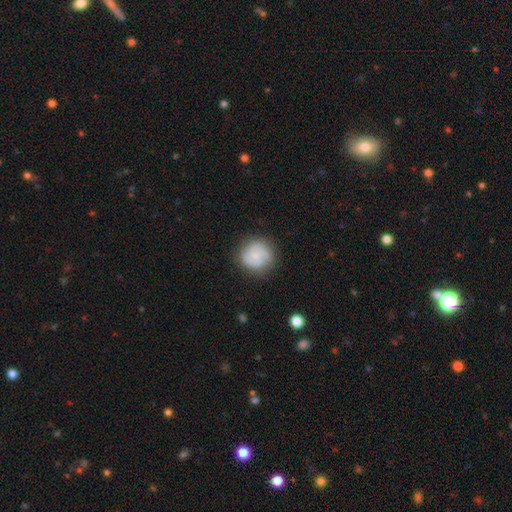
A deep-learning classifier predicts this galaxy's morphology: Overall: featured or disk (47%; smooth 46%). Merging: none (80%).